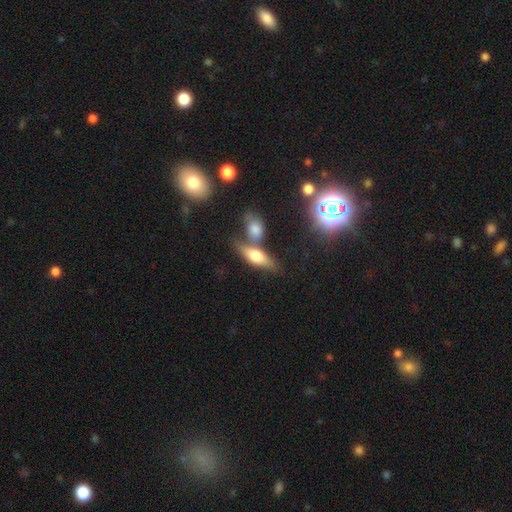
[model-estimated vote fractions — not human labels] smooth 55%, featured or disk 35%, star or artifact 10%. Down the decision tree: how rounded — in between (59%); merging — none (49%).